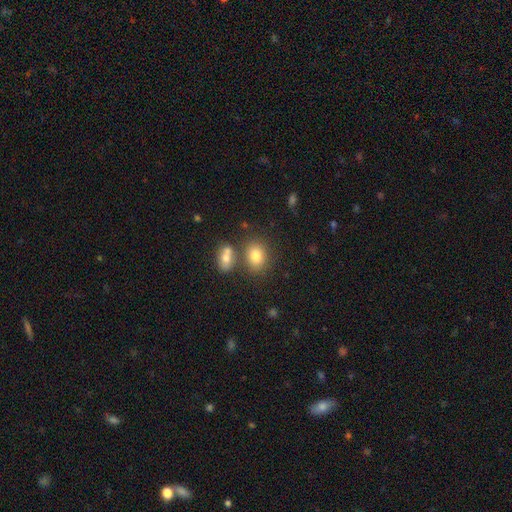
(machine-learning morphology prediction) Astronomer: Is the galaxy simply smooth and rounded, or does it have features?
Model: smooth — 79%.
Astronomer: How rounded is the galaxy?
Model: in between — 58% (runner-up: round, 40%).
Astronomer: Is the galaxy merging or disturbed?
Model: none — 66%.